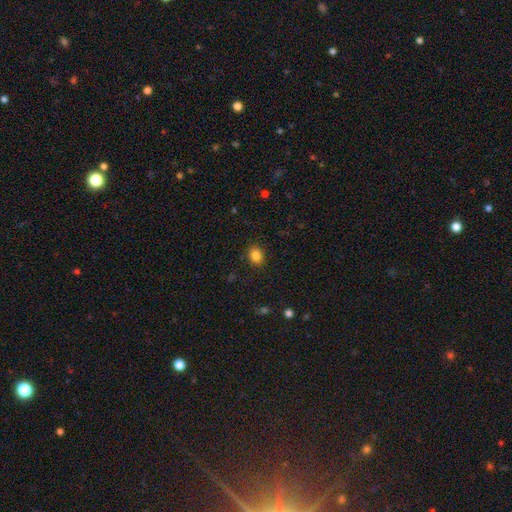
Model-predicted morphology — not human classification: A smooth galaxy with no disk features (84%) that is round (55%).

Vote fractions:
- Smooth or featured? smooth: 84% / star or artifact: 11% / featured or disk: 5%
- How rounded? round: 55% / in between: 44% / cigar-shaped: 1%
- Merging? none: 89% / minor disturbance: 8% / major disturbance: 2% / merger: 1%